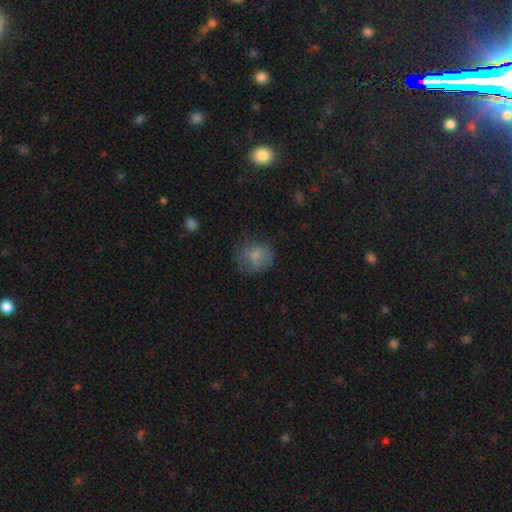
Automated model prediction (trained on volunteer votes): Smooth or featured: smooth — 71% (featured or disk — 19%)
How rounded: round — 78% (in between — 21%)
Merging: none — 63% (minor disturbance — 23%)